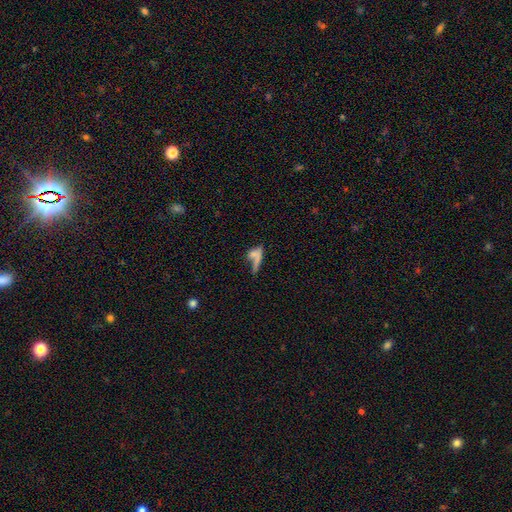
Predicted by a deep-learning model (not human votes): A smooth galaxy with no disk features (60%) that is cigar-shaped (46%).

Vote fractions:
- Smooth or featured? smooth: 60% / featured or disk: 27% / star or artifact: 14%
- How rounded? cigar-shaped: 46% / in between: 44% / round: 10%
- Merging? merger: 37% / none: 29% / major disturbance: 22% / minor disturbance: 13%